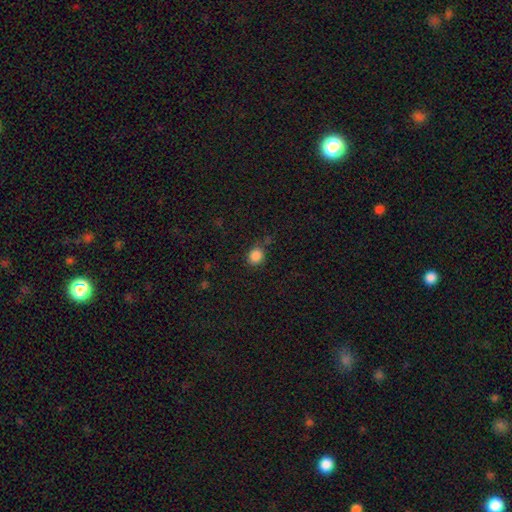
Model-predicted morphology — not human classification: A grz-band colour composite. It shows a smooth galaxy with no disk features (86%) that is round (73%). Merging: none (76%).